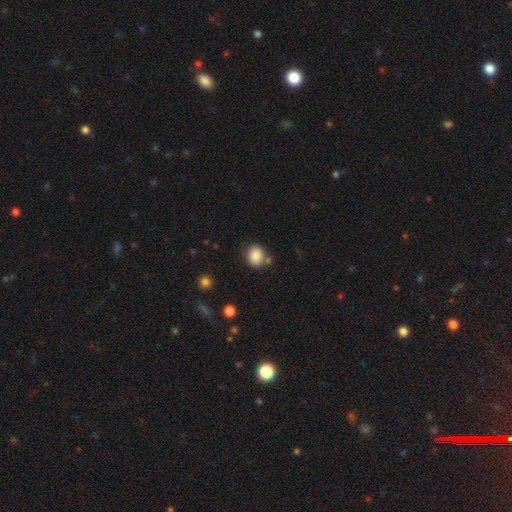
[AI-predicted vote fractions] Smooth or featured? smooth (84%)
How rounded? round (70%)
Merging? none (74%)